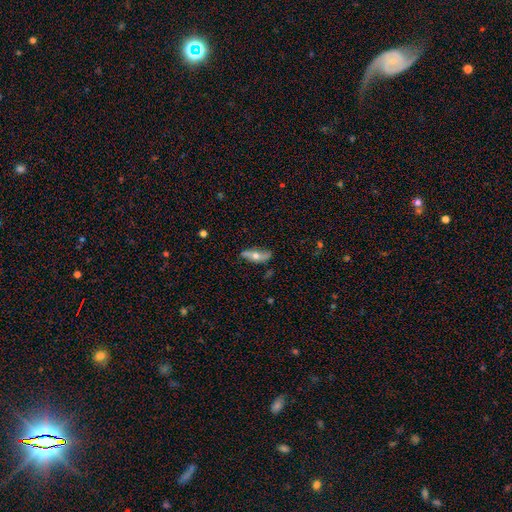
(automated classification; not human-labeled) Overall: featured or disk (52%; smooth 42%). Edge-on disk: yes (58%; no 42%). Merging: none (75%).